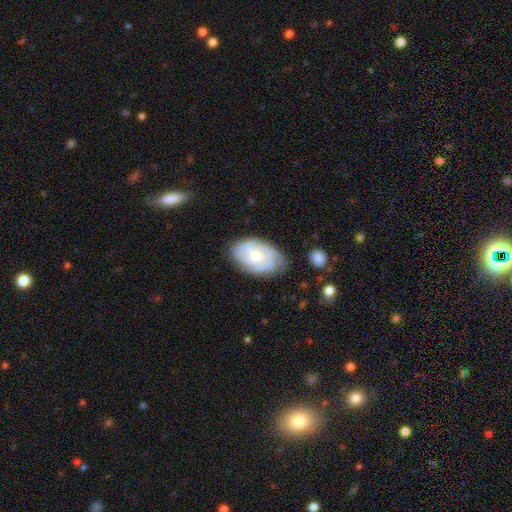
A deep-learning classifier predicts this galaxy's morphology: Overall: featured or disk (69%). Edge-on disk: no (96%). Bar: no (64%; weak 31%). Spiral arms: yes (92%). Spiral arm count: can't tell (34%; 3 27%). Spiral winding: tight (62%; medium 30%). Bulge size: small (54%; moderate 38%). Merging: none (73%).